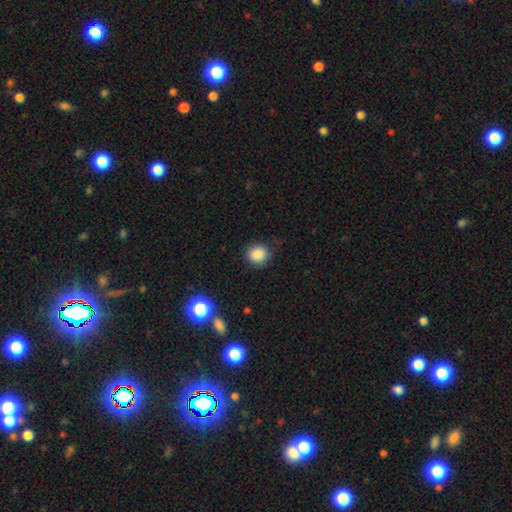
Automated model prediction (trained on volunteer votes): A smooth galaxy with no disk features (86%) that is round (81%). Merging: none (87%).